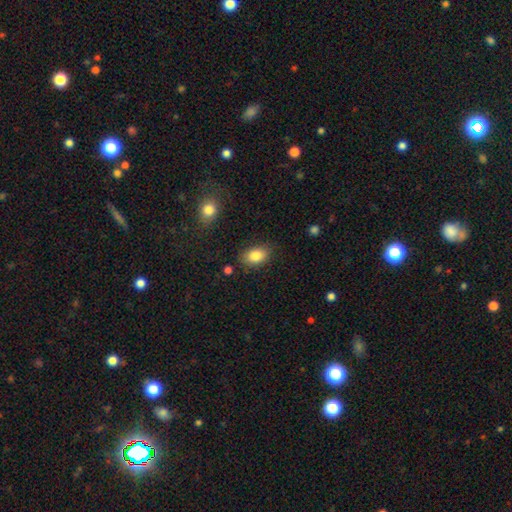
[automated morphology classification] A smooth galaxy with no disk features (85%) that is in between round and cigar-shaped (86%).

Vote fractions:
- Smooth or featured? smooth: 85% / star or artifact: 8% / featured or disk: 7%
- How rounded? in between: 86% / round: 12% / cigar-shaped: 1%
- Merging? none: 81% / minor disturbance: 13% / major disturbance: 3% / merger: 2%